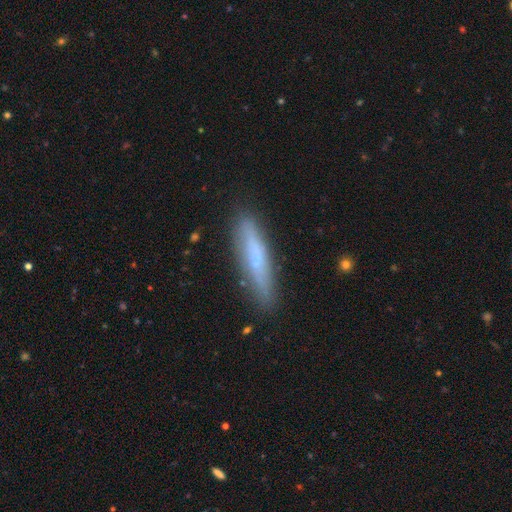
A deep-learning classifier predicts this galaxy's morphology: smooth_or_featured: smooth (p=0.58) [alt: featured or disk p=0.35]
how_rounded: cigar-shaped (p=0.87) [alt: in between p=0.11]
merging: none (p=0.83) [alt: minor disturbance p=0.13]